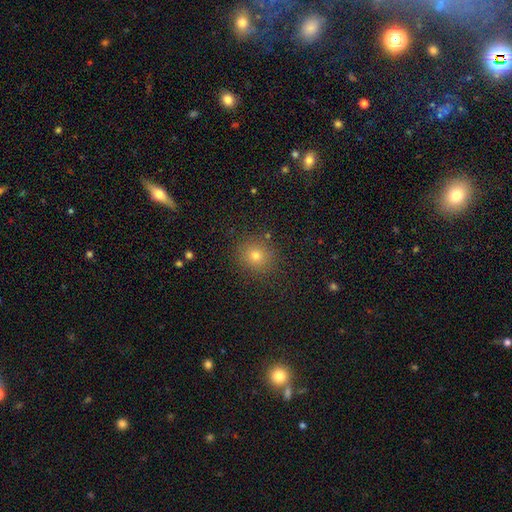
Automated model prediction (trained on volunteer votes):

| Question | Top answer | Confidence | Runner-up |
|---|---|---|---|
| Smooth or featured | smooth | 74% | star or artifact (18%) |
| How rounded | round | 88% | in between (11%) |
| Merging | none | 89% | minor disturbance (7%) |